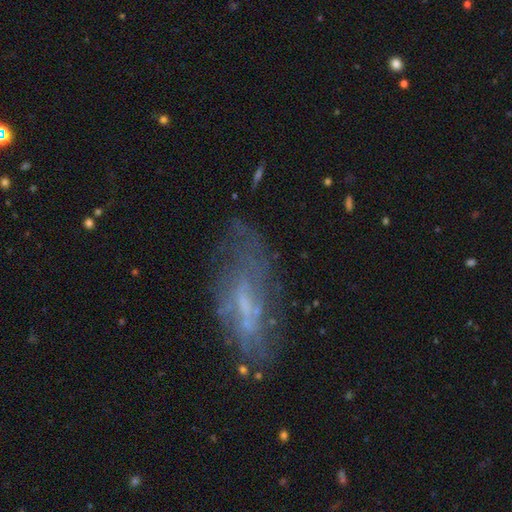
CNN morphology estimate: Smooth or featured: featured or disk — 60% (smooth — 28%)
Edge-on disk: no — 80% (yes — 20%)
Merging: none — 62% (minor disturbance — 22%)